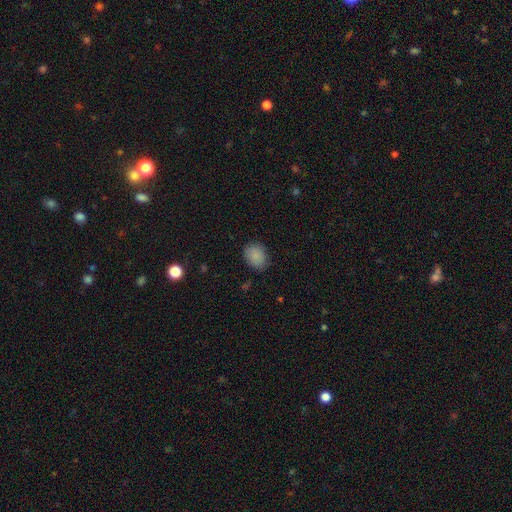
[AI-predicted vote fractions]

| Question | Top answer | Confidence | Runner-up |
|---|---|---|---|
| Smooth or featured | smooth | 87% | star or artifact (9%) |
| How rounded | in between | 57% | round (42%) |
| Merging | none | 78% | minor disturbance (18%) |